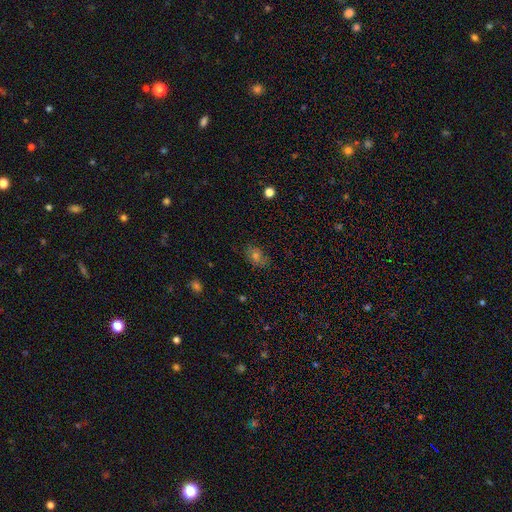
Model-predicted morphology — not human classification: type=smooth (57%); roundness=in between (68%); merging=none (75%).